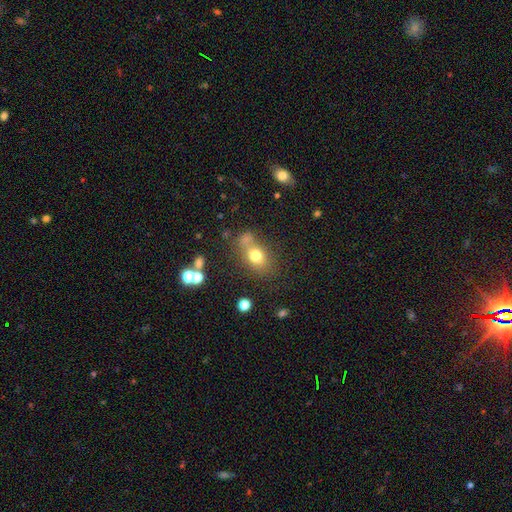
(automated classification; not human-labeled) Smooth or featured? smooth (73%)
How rounded? in between (60%)
Merging? none (59%)